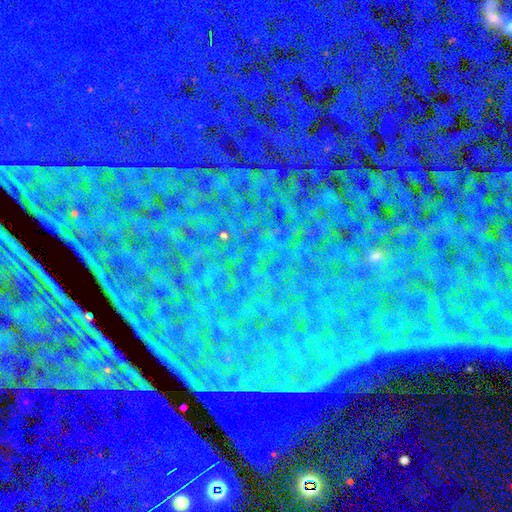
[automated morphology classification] type=star or artifact (86%).